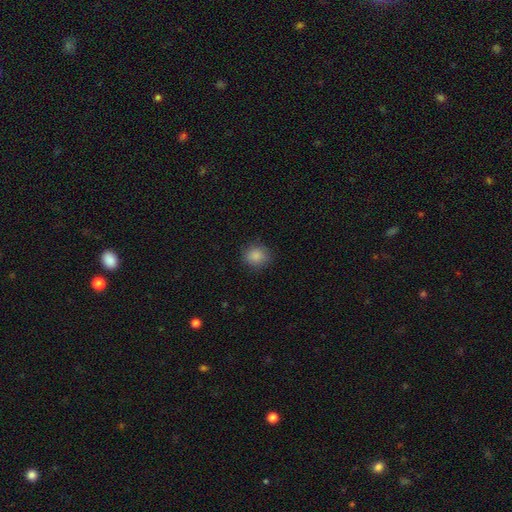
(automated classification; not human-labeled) A smooth galaxy with no disk features (86%) that is round (81%). Merging: none (87%).